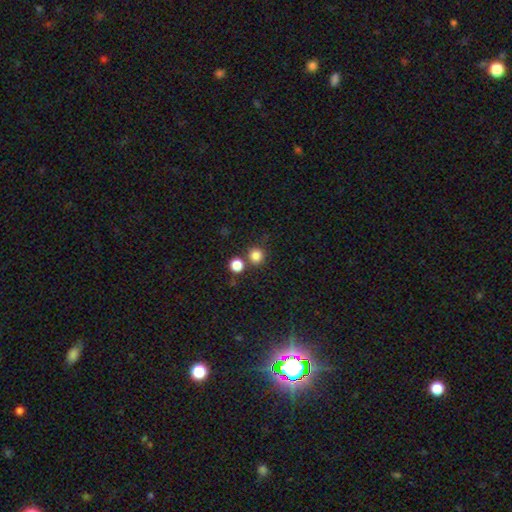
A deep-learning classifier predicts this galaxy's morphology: Smooth or featured? smooth (82%)
How rounded? round (93%)
Merging? none (76%)